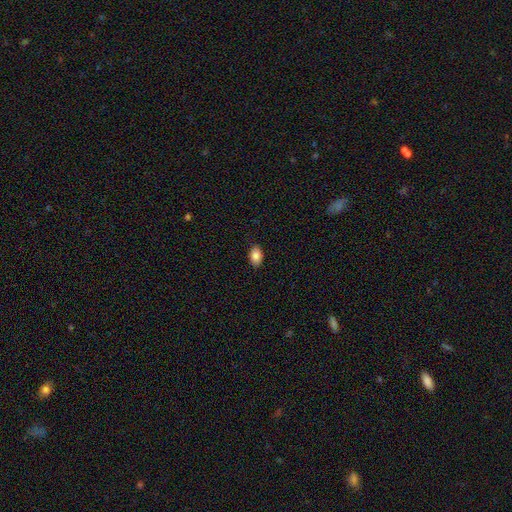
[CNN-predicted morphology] This appears to be a smooth galaxy with no disk features (85%) that is in between round and cigar-shaped (88%). Merging: none (88%).